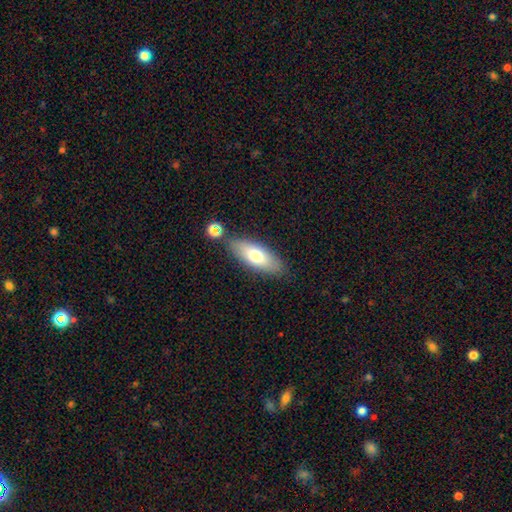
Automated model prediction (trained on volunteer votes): smooth 69%, featured or disk 24%, star or artifact 7%. Down the decision tree: how rounded — in between (70%); merging — none (76%).